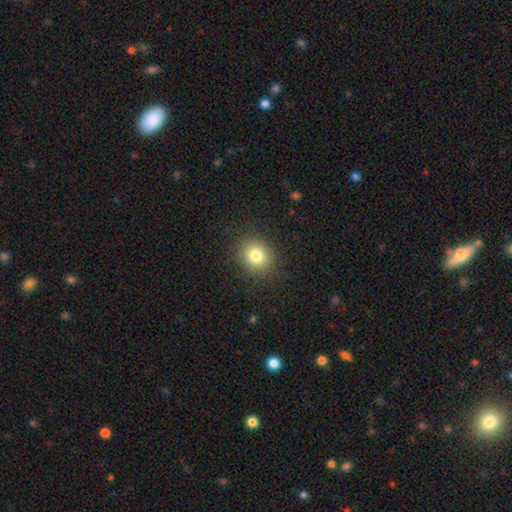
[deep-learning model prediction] Q: Smooth or featured?
A: smooth (80%); runner-up: star or artifact (12%)
Q: How rounded?
A: round (77%); runner-up: in between (23%)
Q: Merging?
A: none (89%); runner-up: minor disturbance (7%)